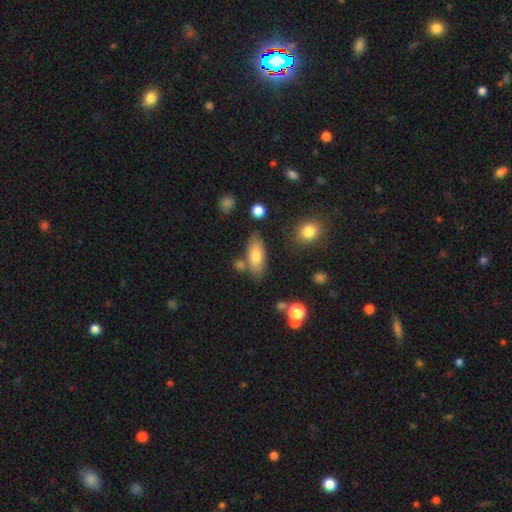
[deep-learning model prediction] Q: Smooth or featured?
A: smooth (74%); runner-up: featured or disk (19%)
Q: How rounded?
A: in between (79%); runner-up: cigar-shaped (18%)
Q: Merging?
A: none (72%); runner-up: minor disturbance (14%)